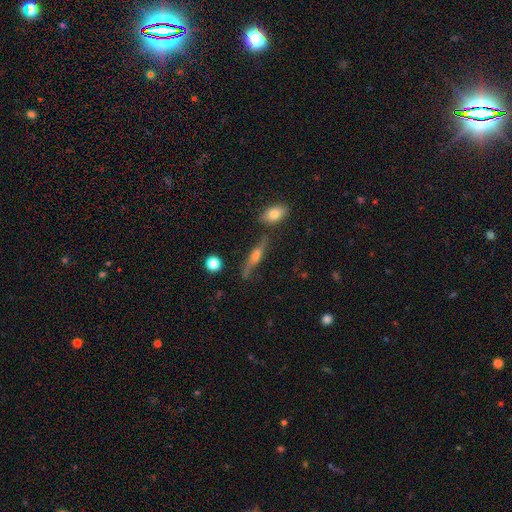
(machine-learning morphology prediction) smooth_or_featured: featured or disk (p=0.61) [alt: smooth p=0.30]
disk_edge_on: yes (p=0.87) [alt: no p=0.13]
edge_on_bulge: rounded (p=0.86) [alt: boxy p=0.08]
merging: none (p=0.70) [alt: minor disturbance p=0.18]